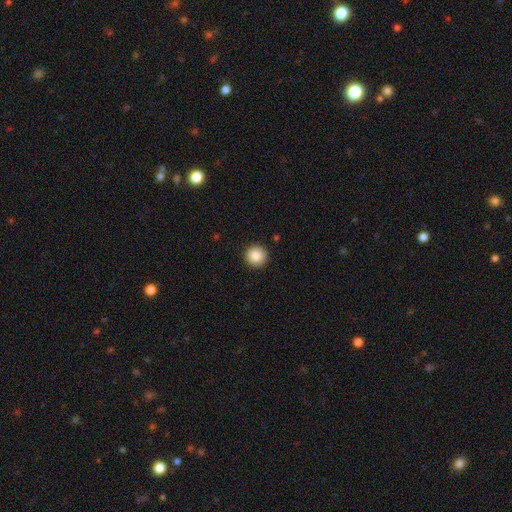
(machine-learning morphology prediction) type=smooth (86%); roundness=round (95%); merging=none (93%).